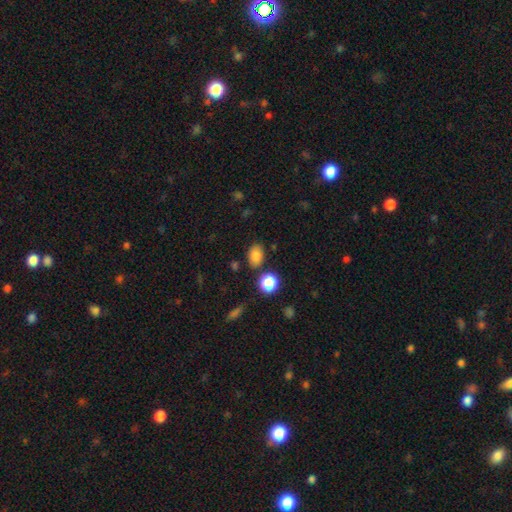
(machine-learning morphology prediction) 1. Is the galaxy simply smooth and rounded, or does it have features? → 82% smooth, 13% star or artifact, 5% featured or disk.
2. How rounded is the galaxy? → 76% in between, 22% round, 1% cigar-shaped.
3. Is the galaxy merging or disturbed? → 79% none, 11% minor disturbance, 6% merger, 3% major disturbance.